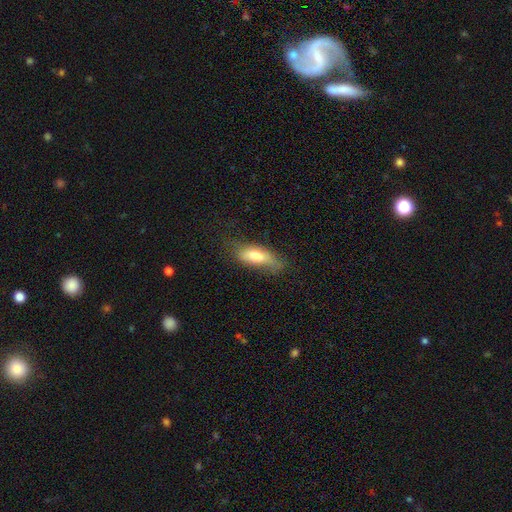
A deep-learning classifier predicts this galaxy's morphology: This is likely a smooth galaxy (72%). How rounded: likely in between (71%). Merging: possibly none (51%).